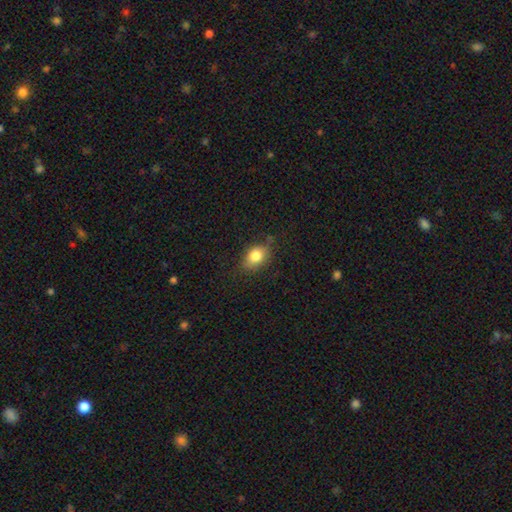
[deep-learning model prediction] The model was most divided on "how rounded": in between: 72%, round: 26%, cigar-shaped: 2%. More confident: smooth or featured — smooth (81%); merging — none (74%).